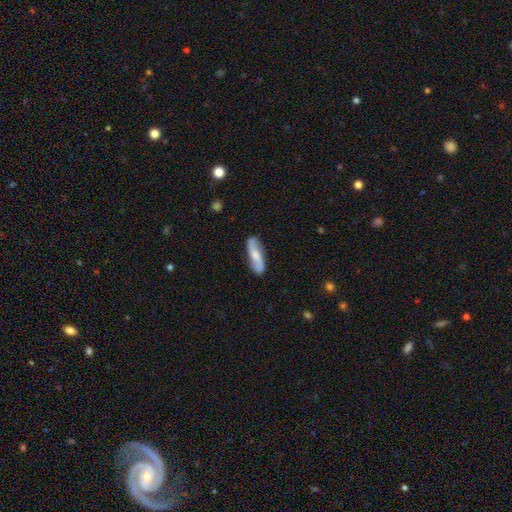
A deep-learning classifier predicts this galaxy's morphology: Smooth or featured?
  - featured or disk: 55% *
  - smooth: 39%
  - star or artifact: 6%
Edge-on disk?
  - no: 82% *
  - yes: 18%
Merging?
  - none: 82% *
  - minor disturbance: 13%
  - major disturbance: 3%
  - merger: 2%